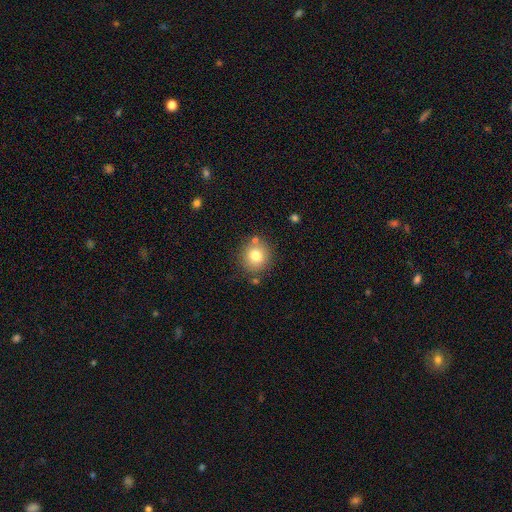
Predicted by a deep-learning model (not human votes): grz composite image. It shows a smooth galaxy with no disk features (77%) that is round (89%). Merging: none (79%).